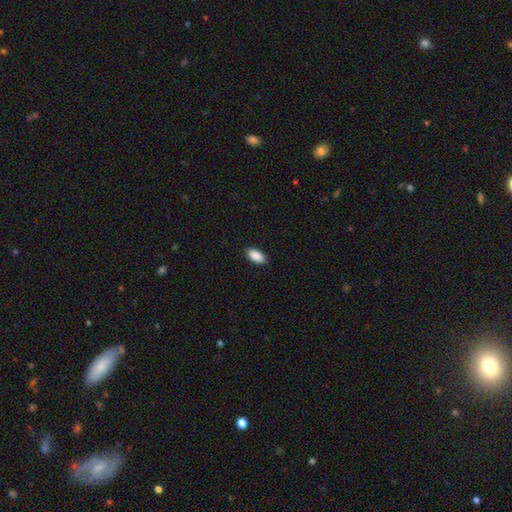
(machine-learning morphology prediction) A smooth galaxy with no disk features (90%) that is in between round and cigar-shaped (93%).

Vote fractions:
- Smooth or featured? smooth: 90% / star or artifact: 7% / featured or disk: 3%
- How rounded? in between: 93% / cigar-shaped: 4% / round: 3%
- Merging? none: 88% / minor disturbance: 9% / major disturbance: 2% / merger: 1%